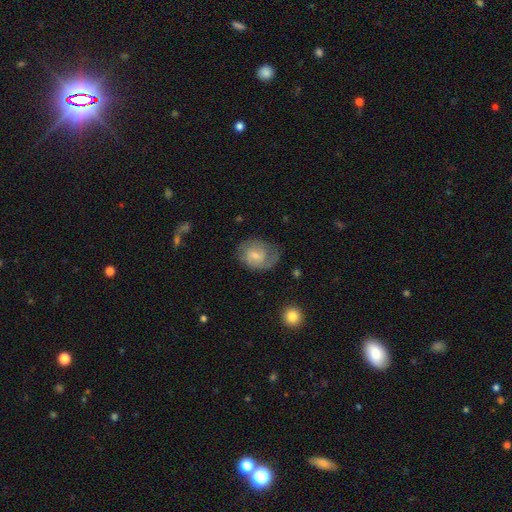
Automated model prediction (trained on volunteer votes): featured or disk 52%, smooth 41%, star or artifact 7%. Down the decision tree: edge-on disk — no (97%); bar — no (52%); spiral arms — yes (81%); bulge size — small (53%); merging — none (56%).